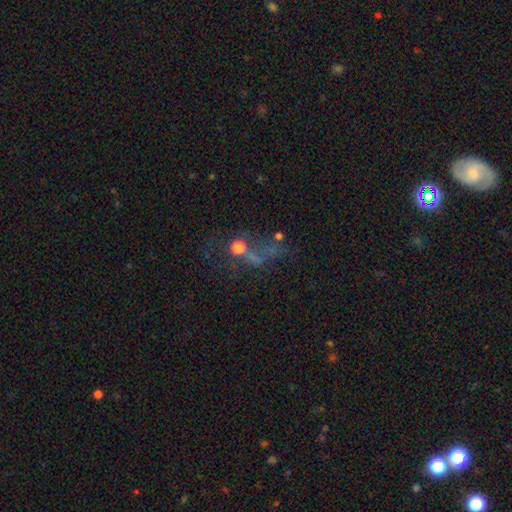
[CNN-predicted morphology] type=star or artifact (40%).